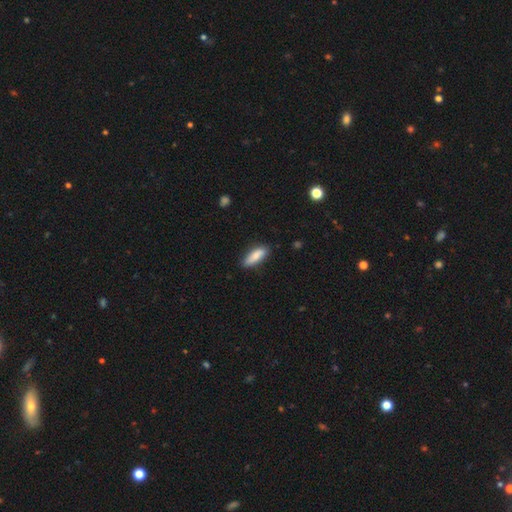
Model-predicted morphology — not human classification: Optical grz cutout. It shows a smooth galaxy with no disk features (83%) that is in between round and cigar-shaped (56%). Merging: none (81%).